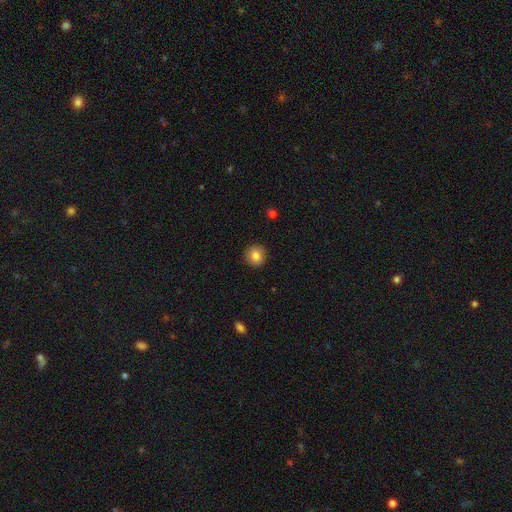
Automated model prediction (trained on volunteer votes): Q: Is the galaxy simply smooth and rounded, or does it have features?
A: smooth — 84%.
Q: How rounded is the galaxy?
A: round — 91%.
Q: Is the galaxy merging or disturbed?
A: none — 91%.